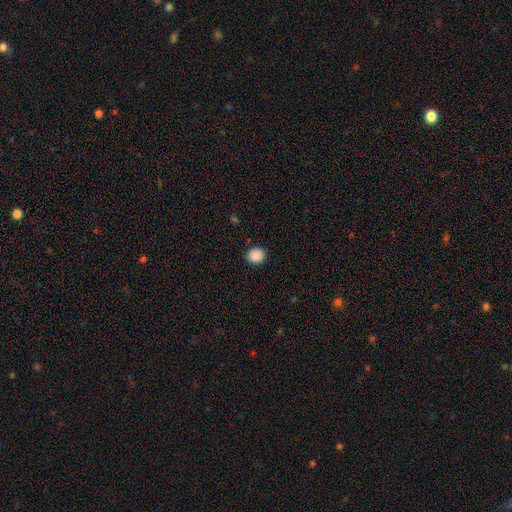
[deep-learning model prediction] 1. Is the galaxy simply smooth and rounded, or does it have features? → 88% smooth, 9% star or artifact, 3% featured or disk.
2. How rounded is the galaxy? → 75% round, 24% in between, 1% cigar-shaped.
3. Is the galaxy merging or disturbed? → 90% none, 7% minor disturbance, 2% major disturbance, 1% merger.